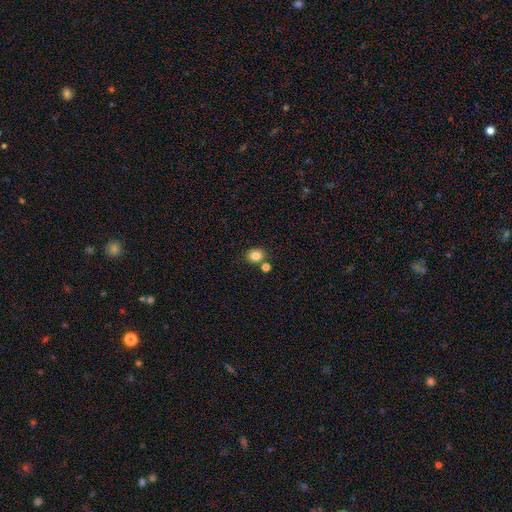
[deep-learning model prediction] This appears to be a smooth galaxy with no disk features (84%) that is round (59%). Merging: none (73%).